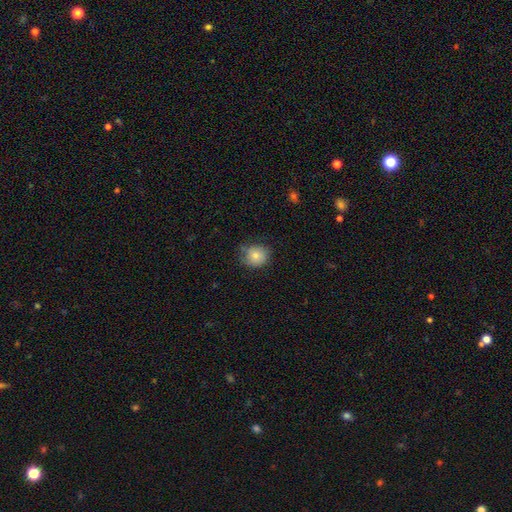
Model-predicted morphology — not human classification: This is likely a smooth galaxy (80%). How rounded: likely round (80%). Merging: likely none (69%).